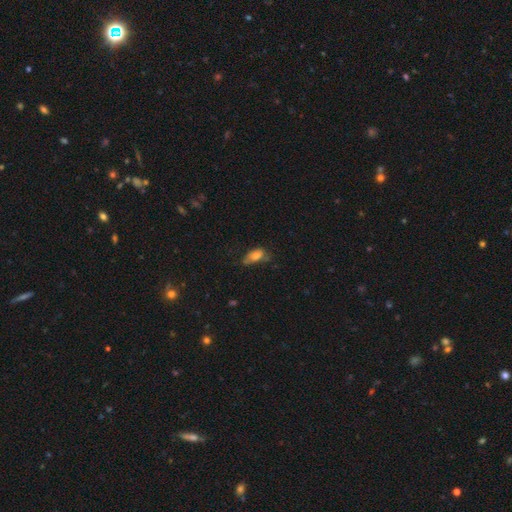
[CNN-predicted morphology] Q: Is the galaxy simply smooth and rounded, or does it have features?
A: smooth — 70%.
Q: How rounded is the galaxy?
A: in between — 86%.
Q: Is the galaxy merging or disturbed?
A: none — 39%.